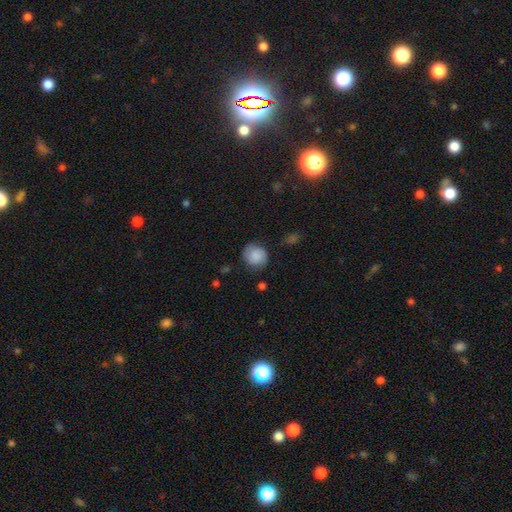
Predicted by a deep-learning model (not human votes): A smooth galaxy with no disk features (78%) that is round (81%).

Vote fractions:
- Smooth or featured? smooth: 78% / featured or disk: 14% / star or artifact: 8%
- How rounded? round: 81% / in between: 18% / cigar-shaped: 1%
- Merging? none: 75% / minor disturbance: 18% / major disturbance: 5% / merger: 2%